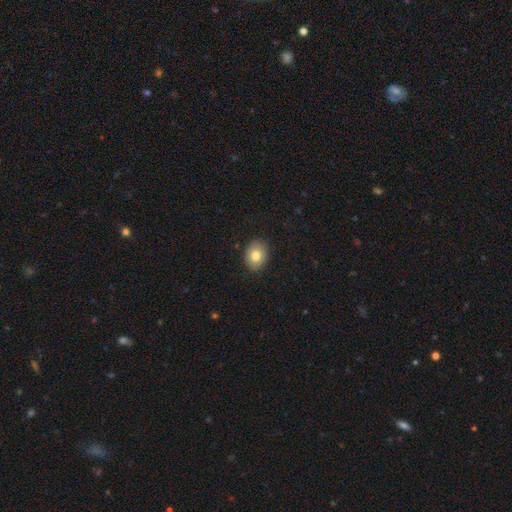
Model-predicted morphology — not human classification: smooth 79%, featured or disk 12%, star or artifact 9%. Down the decision tree: how rounded — in between (55%); merging — none (88%).